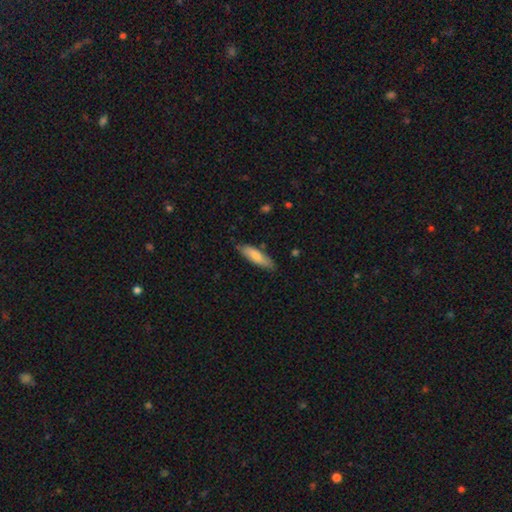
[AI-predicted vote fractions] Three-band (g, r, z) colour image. It shows a smooth galaxy with no disk features (76%) that is cigar-shaped (56%). Merging: none (79%).